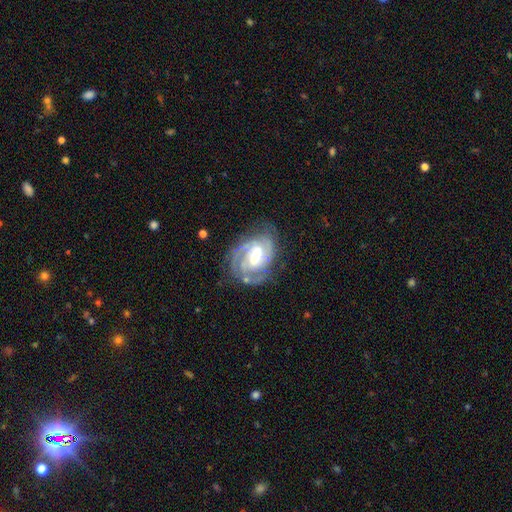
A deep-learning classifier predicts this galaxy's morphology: Q: Smooth or featured?
A: featured or disk (88%); runner-up: smooth (7%)
Q: Edge-on disk?
A: no (97%); runner-up: yes (3%)
Q: Bar?
A: weak (50%); runner-up: strong (27%)
Q: Spiral arms?
A: yes (96%); runner-up: no (4%)
Q: Spiral winding?
A: tight (63%); runner-up: medium (32%)
Q: Spiral arm count?
A: 2 (34%); runner-up: 3 (30%)
Q: Bulge size?
A: moderate (60%); runner-up: small (28%)
Q: Merging?
A: none (67%); runner-up: minor disturbance (20%)